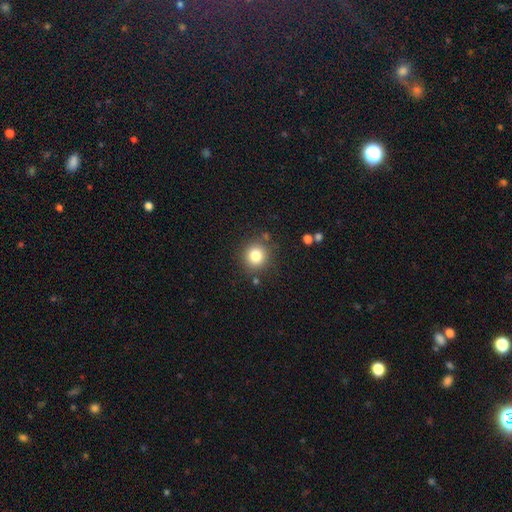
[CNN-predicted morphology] Smooth or featured? smooth (81%)
How rounded? round (89%)
Merging? none (84%)